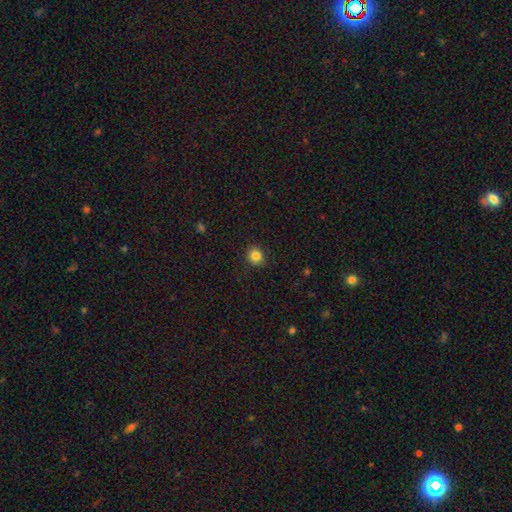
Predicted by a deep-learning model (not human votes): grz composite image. It shows a smooth galaxy with no disk features (84%) that is round (81%). Merging: none (89%).